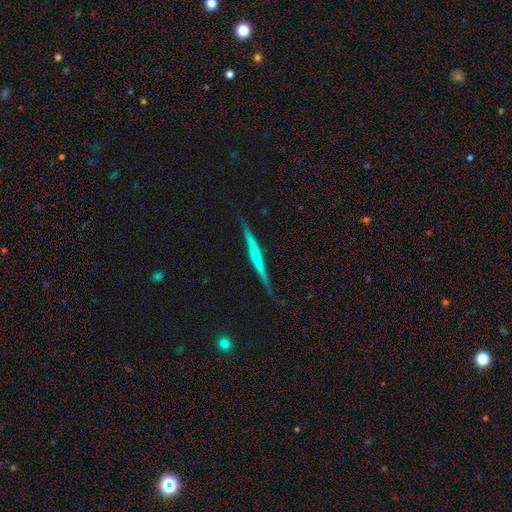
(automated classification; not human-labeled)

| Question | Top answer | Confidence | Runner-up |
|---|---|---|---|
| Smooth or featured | featured or disk | 64% | smooth (30%) |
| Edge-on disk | yes | 97% | no (3%) |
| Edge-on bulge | none | 63% | rounded (28%) |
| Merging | none | 88% | minor disturbance (9%) |